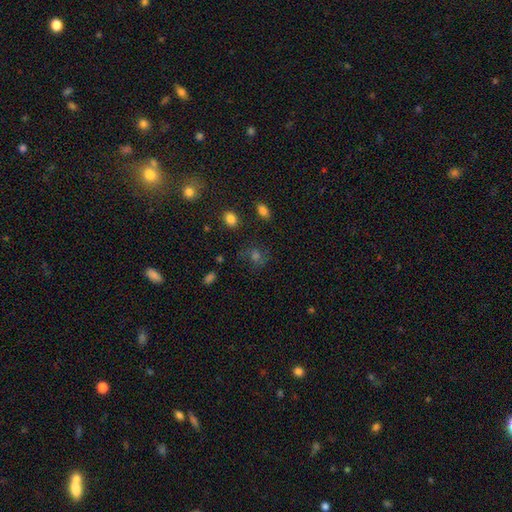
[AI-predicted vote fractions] Q: Smooth or featured?
A: smooth (49%); runner-up: star or artifact (32%)
Q: Merging?
A: none (69%); runner-up: minor disturbance (16%)